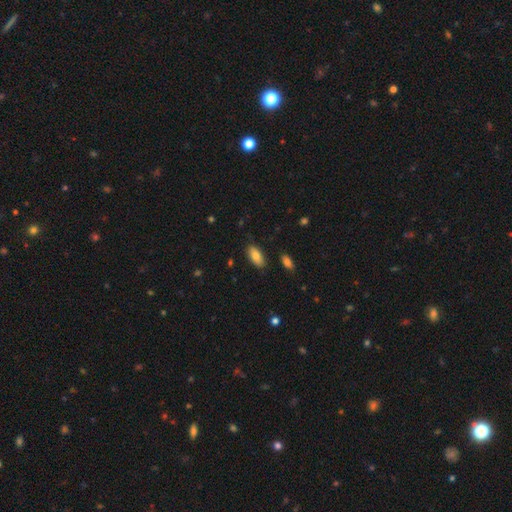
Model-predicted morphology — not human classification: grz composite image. It shows a smooth galaxy with no disk features (81%) that is in between round and cigar-shaped (92%). Merging: none (84%).